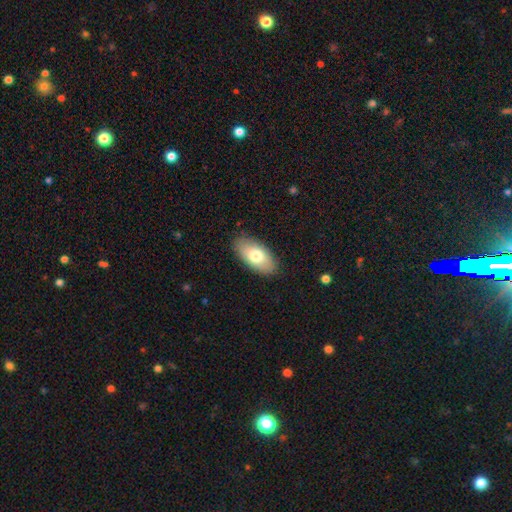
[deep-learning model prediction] Smooth or featured? Predicted: smooth (p=0.73). How rounded? Predicted: in between (p=0.93). Merging? Predicted: none (p=0.87).